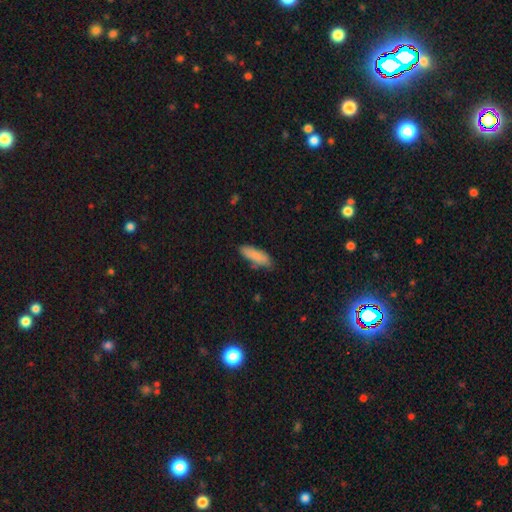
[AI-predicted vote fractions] smooth_or_featured: smooth (p=0.84) [alt: featured or disk p=0.09]
how_rounded: in between (p=0.59) [alt: cigar-shaped p=0.39]
merging: none (p=0.72) [alt: minor disturbance p=0.21]